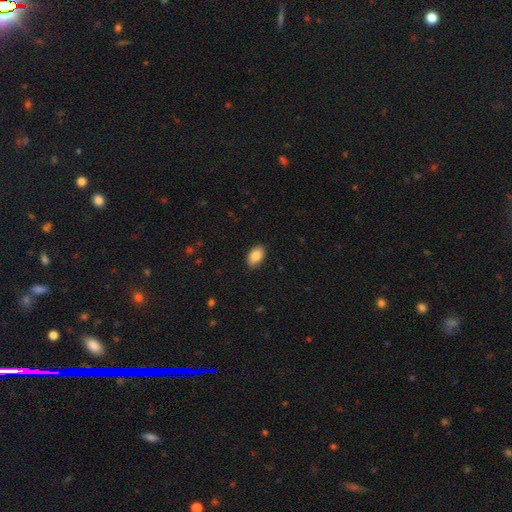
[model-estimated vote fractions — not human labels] smooth 87%, star or artifact 7%, featured or disk 6%. Down the decision tree: how rounded — in between (93%); merging — none (89%).